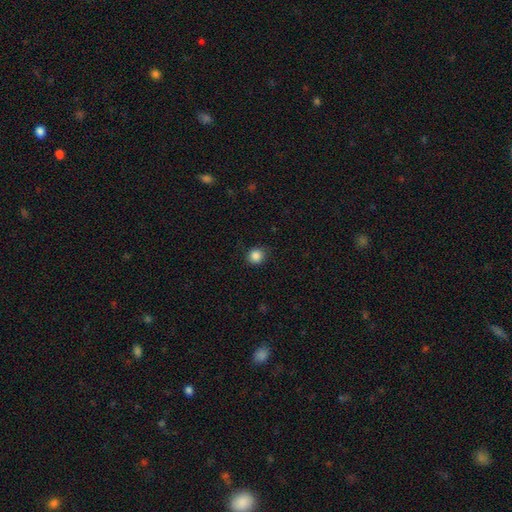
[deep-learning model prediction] smooth-or-featured: smooth: 87% | star or artifact: 10% | featured or disk: 3%
  how-rounded: round: 89% | in between: 10% | cigar-shaped: 1%
  merging: none: 86% | minor disturbance: 11% | major disturbance: 3% | merger: 1%